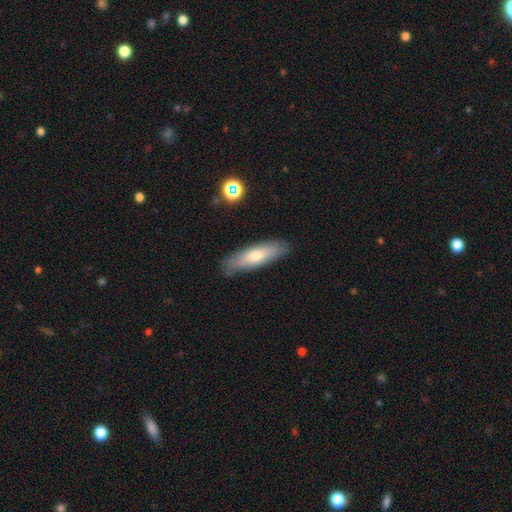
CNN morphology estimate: Q: Smooth or featured?
A: smooth (62%); runner-up: featured or disk (31%)
Q: How rounded?
A: cigar-shaped (57%); runner-up: in between (41%)
Q: Merging?
A: none (82%); runner-up: minor disturbance (13%)